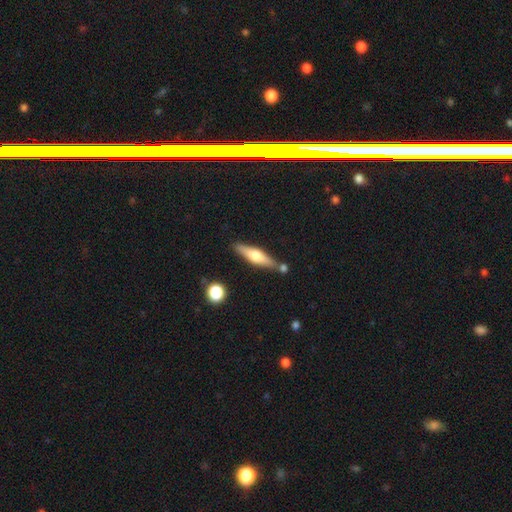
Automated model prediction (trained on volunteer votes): A featured or disk galaxy (53%) viewed edge-on (94%). Merging: none (76%).